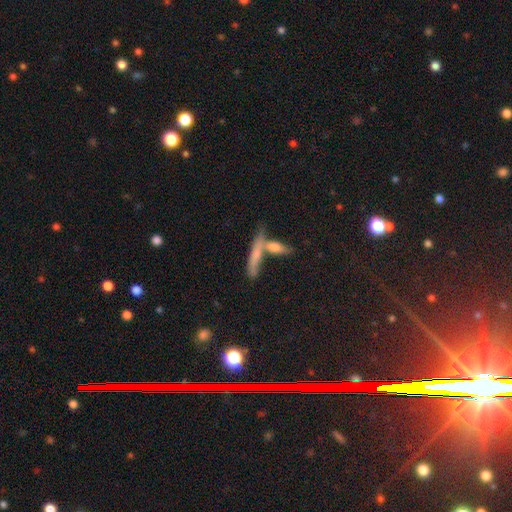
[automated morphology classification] A smooth galaxy with no disk features (61%) that is cigar-shaped (78%).

Vote fractions:
- Smooth or featured? smooth: 61% / featured or disk: 31% / star or artifact: 8%
- How rounded? cigar-shaped: 78% / in between: 19% / round: 3%
- Merging? merger: 42% (tied) / none: 42% (tied) / minor disturbance: 10% / major disturbance: 5%